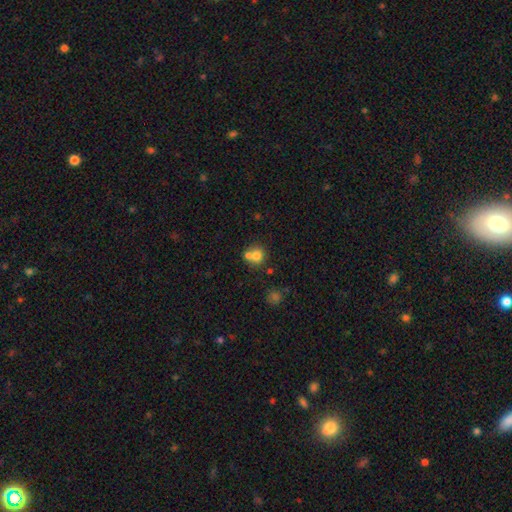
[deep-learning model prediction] Smooth or featured? Predicted: smooth (p=0.73). How rounded? Predicted: round (p=0.82). Merging? Predicted: merger (p=0.52).